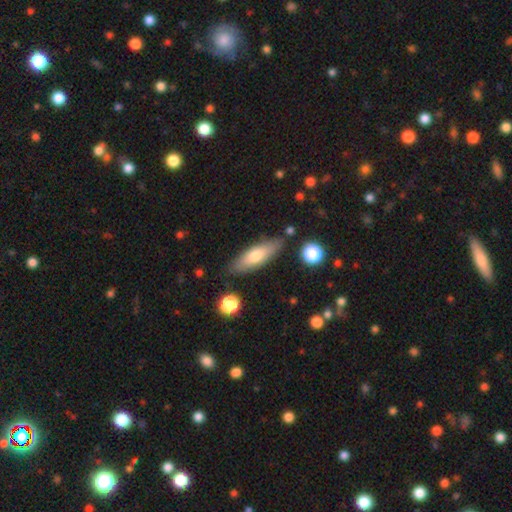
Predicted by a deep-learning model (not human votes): Q: Smooth or featured?
A: smooth (66%); runner-up: featured or disk (28%)
Q: How rounded?
A: cigar-shaped (50%); runner-up: in between (48%)
Q: Merging?
A: none (81%); runner-up: minor disturbance (13%)